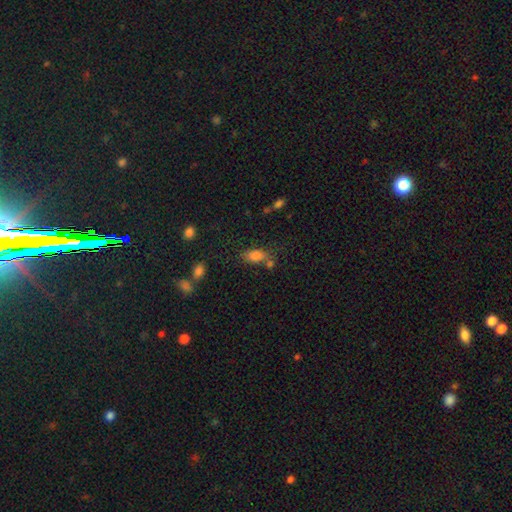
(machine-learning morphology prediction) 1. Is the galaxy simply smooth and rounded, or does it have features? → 81% smooth, 10% star or artifact, 9% featured or disk.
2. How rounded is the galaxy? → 85% in between, 8% round, 7% cigar-shaped.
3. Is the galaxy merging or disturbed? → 57% none, 19% merger, 17% minor disturbance, 7% major disturbance.